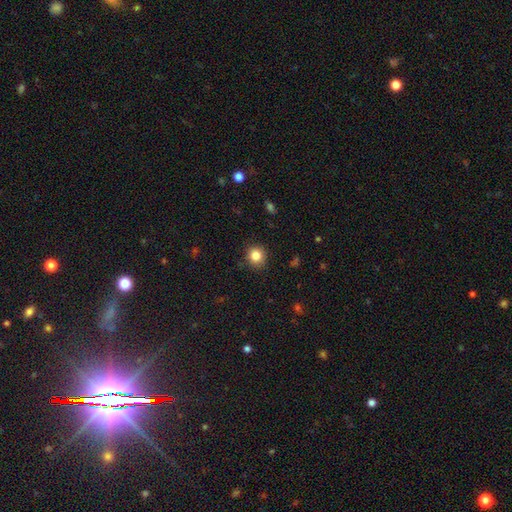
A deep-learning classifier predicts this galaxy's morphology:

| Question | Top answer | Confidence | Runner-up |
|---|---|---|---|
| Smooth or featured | smooth | 83% | star or artifact (11%) |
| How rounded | round | 90% | in between (9%) |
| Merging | none | 88% | minor disturbance (9%) |